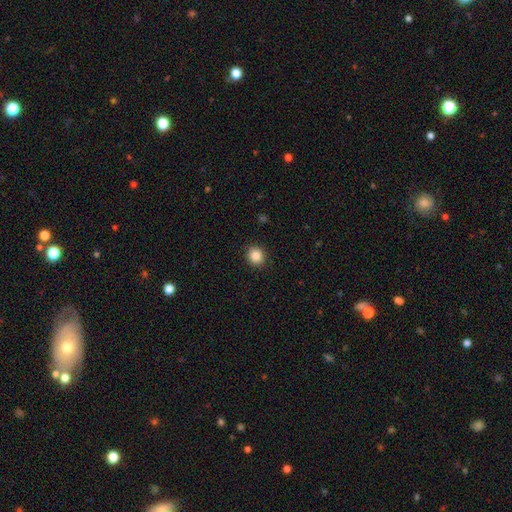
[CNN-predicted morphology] Smooth or featured? smooth (86%)
How rounded? round (84%)
Merging? none (91%)